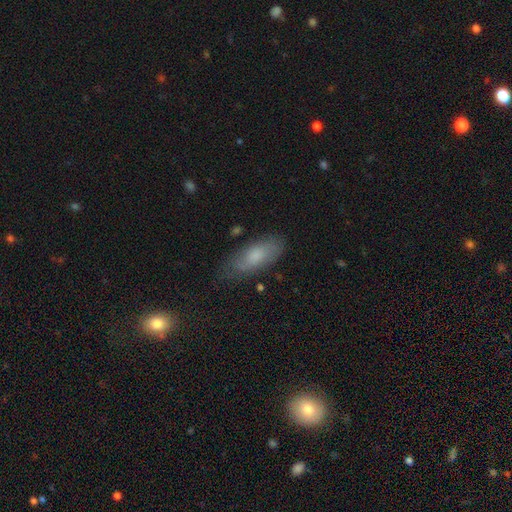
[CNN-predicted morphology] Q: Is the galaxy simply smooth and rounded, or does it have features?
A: smooth — 71%.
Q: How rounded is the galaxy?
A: in between — 78%.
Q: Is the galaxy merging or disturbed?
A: none — 70%.